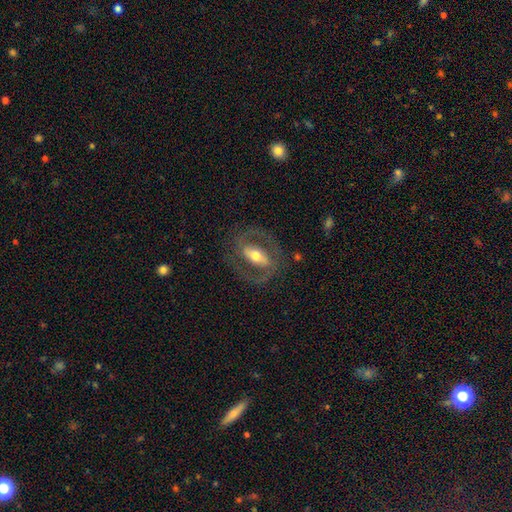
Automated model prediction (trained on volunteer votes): This appears to be a featured or disk galaxy (79%) with a strong bar (57%), 2 (86%) medium (51%) spiral arms (76%) and a moderate central bulge (66%). Merging: none (76%).